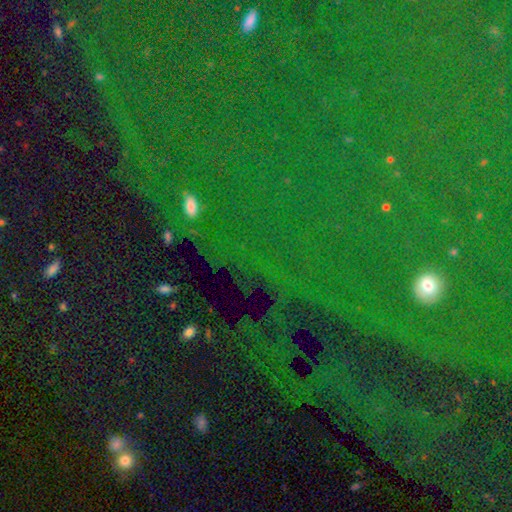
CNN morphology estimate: smooth_or_featured: star or artifact (p=0.76) [alt: smooth p=0.15]